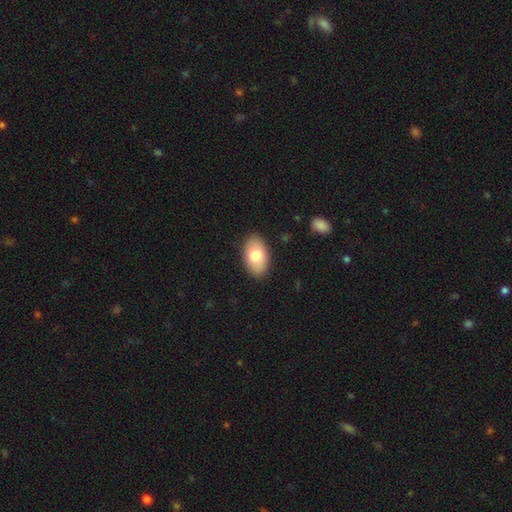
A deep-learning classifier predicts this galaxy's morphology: Smooth or featured? smooth (77%)
How rounded? in between (93%)
Merging? none (88%)